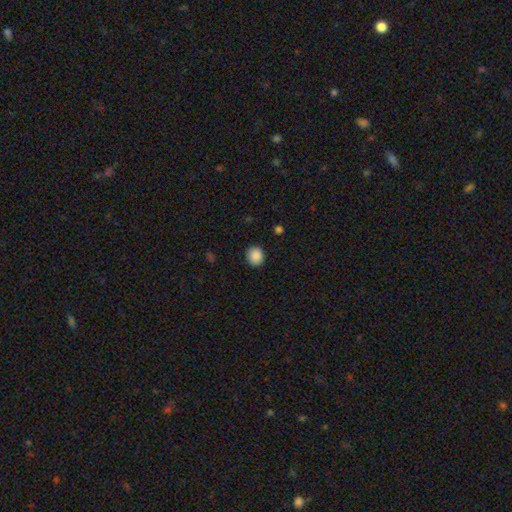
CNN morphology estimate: Smooth or featured? smooth (88%)
How rounded? round (85%)
Merging? none (90%)